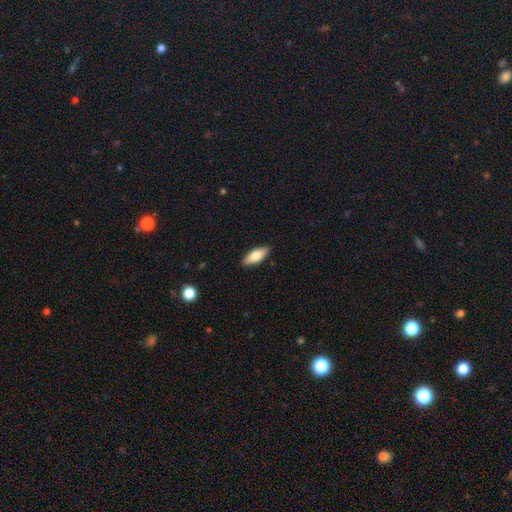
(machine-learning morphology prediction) Smooth or featured: smooth — 76% (featured or disk — 18%)
How rounded: in between — 73% (cigar-shaped — 25%)
Merging: none — 89% (minor disturbance — 8%)